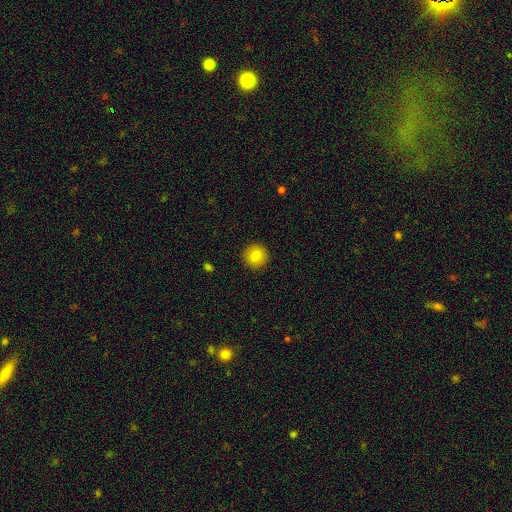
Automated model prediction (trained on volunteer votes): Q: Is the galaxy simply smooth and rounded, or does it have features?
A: smooth — 81%.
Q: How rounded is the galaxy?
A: round — 95%.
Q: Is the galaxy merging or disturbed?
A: none — 93%.